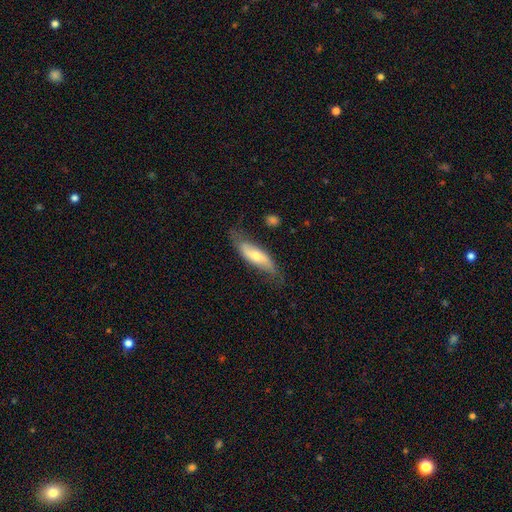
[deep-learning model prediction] This is possibly a featured or disk galaxy (49%). Merging: likely none (62%).